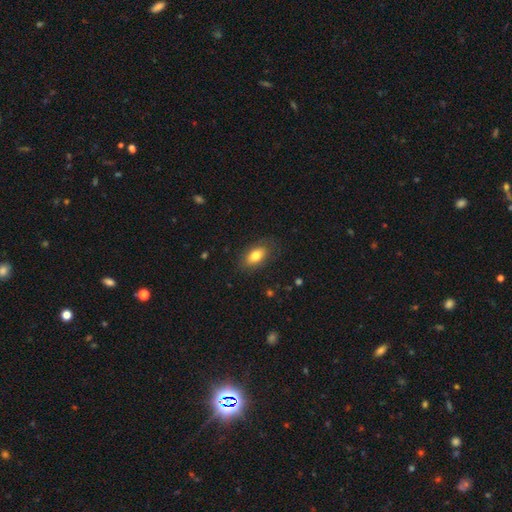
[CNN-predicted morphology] Overall: smooth (78%). How rounded: in between (89%). Merging: none (81%).